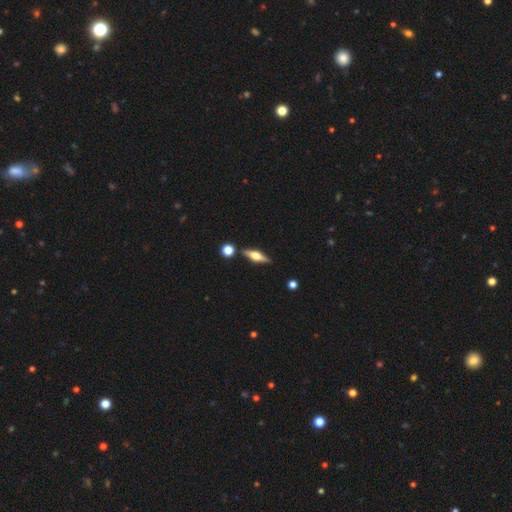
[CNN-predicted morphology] Smooth or featured? featured or disk (60%)
Edge-on disk? yes (95%)
Edge-on bulge? rounded (89%)
Merging? none (83%)